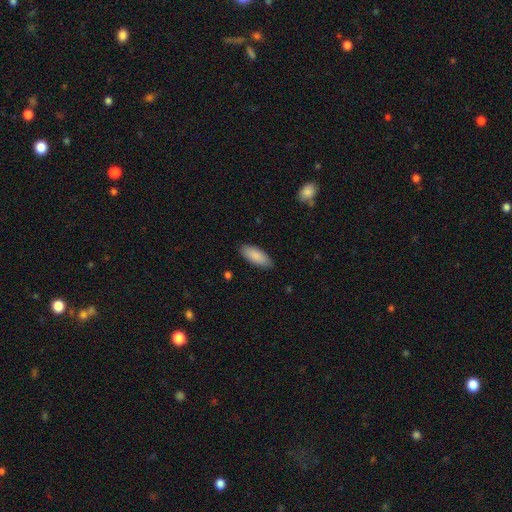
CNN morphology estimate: type=smooth (88%); roundness=in between (81%); merging=none (86%).